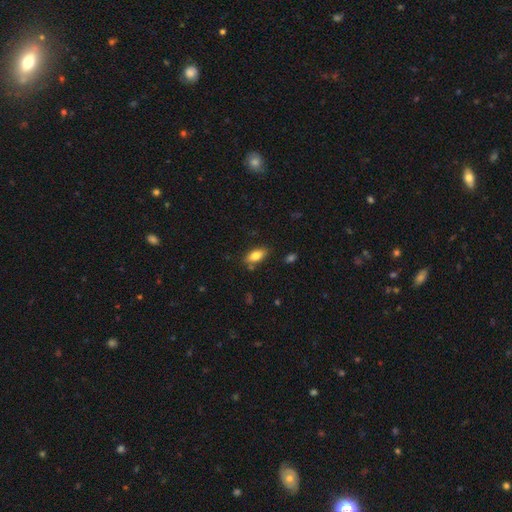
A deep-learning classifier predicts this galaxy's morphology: Smooth or featured? Predicted: smooth (p=0.79). How rounded? Predicted: in between (p=0.88). Merging? Predicted: none (p=0.79).